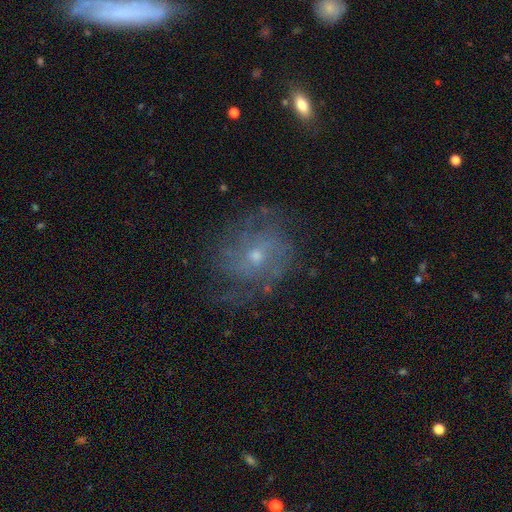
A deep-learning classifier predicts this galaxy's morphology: Smooth or featured? Predicted: featured or disk (p=0.70). Edge-on disk? Predicted: no (p=0.97). Bar? Predicted: no (p=0.76). Spiral arms? Predicted: yes (p=0.79). Spiral winding? Predicted: medium (p=0.40). Spiral arm count? Predicted: can't tell (p=0.43). Bulge size? Predicted: small (p=0.57). Merging? Predicted: none (p=0.64).